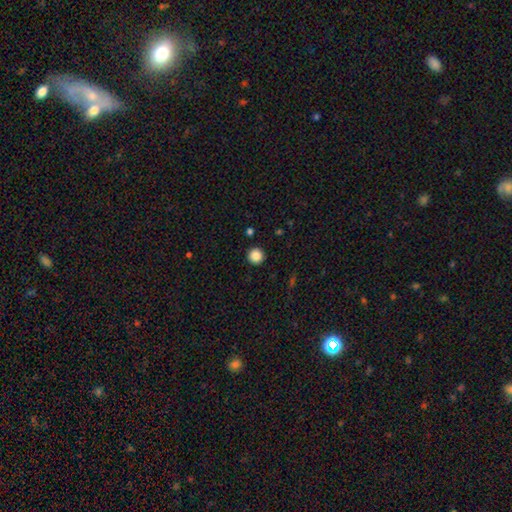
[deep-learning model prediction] smooth-or-featured: smooth: 87% | star or artifact: 10% | featured or disk: 3%
  how-rounded: round: 96% | in between: 3% | cigar-shaped: 1%
  merging: none: 93% | minor disturbance: 4% | major disturbance: 2% | merger: 1%